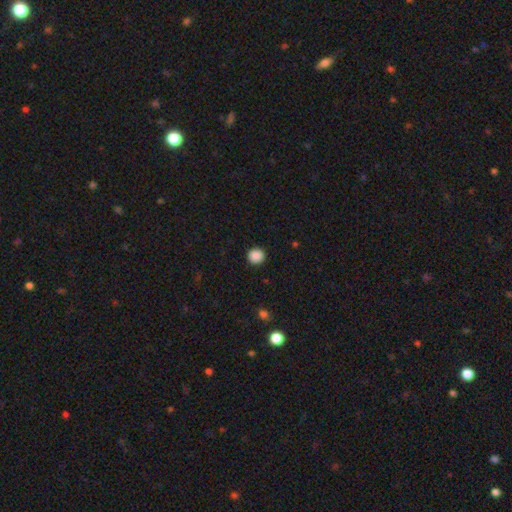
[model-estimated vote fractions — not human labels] smooth 88%, star or artifact 9%, featured or disk 3%. Down the decision tree: how rounded — round (89%); merging — none (90%).